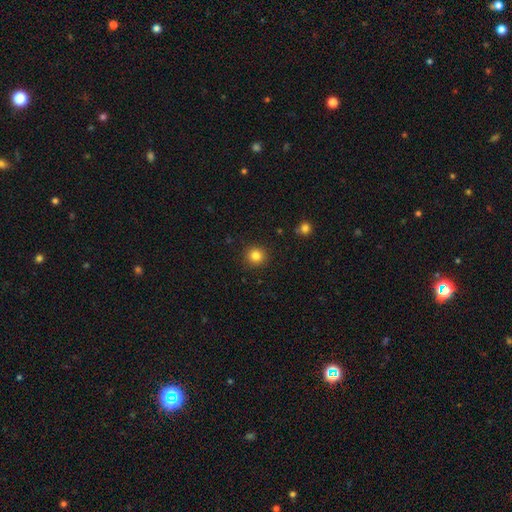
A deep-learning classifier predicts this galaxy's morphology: smooth_or_featured: smooth (p=0.84) [alt: star or artifact p=0.12]
how_rounded: round (p=0.93) [alt: in between p=0.06]
merging: none (p=0.91) [alt: minor disturbance p=0.06]